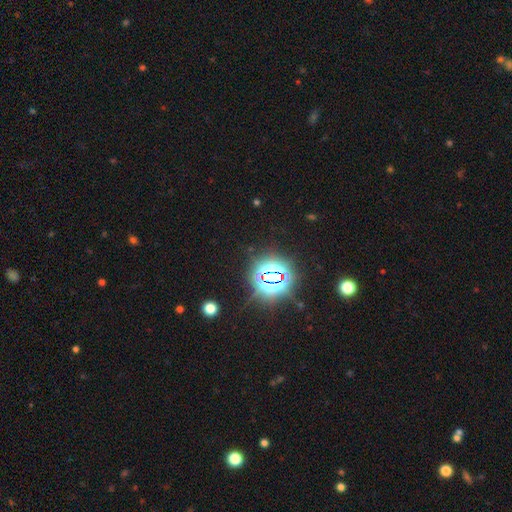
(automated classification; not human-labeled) smooth_or_featured: star or artifact (p=0.81) [alt: smooth p=0.12]